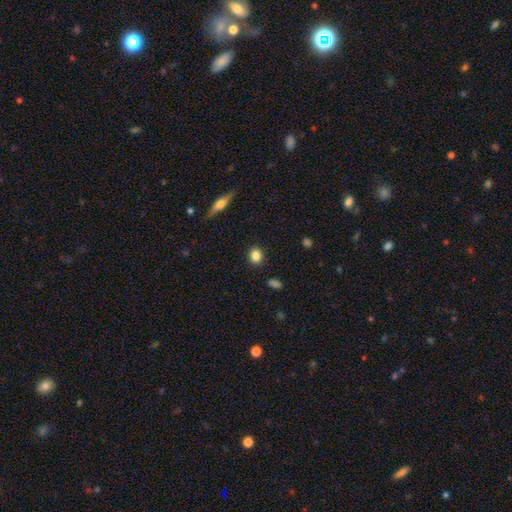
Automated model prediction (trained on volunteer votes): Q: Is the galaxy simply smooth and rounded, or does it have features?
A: smooth — 84%.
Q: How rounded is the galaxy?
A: round — 70%.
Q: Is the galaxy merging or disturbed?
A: none — 91%.